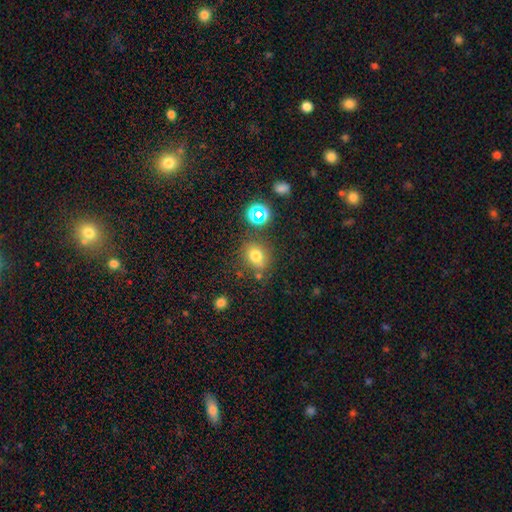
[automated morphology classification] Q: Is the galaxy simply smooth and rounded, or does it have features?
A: smooth — 71%.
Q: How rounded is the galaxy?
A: round — 60%.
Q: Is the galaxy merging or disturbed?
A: none — 71%.